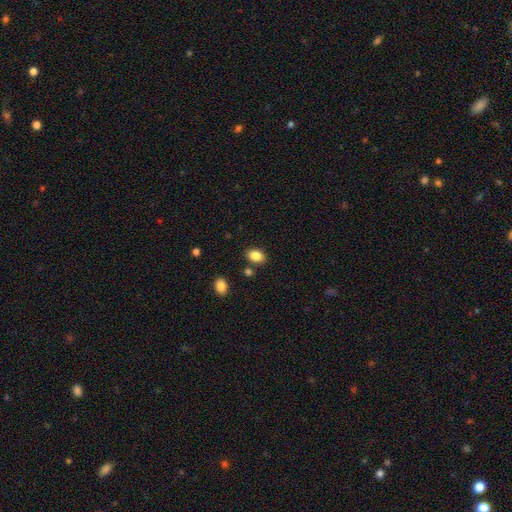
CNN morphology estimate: Smooth or featured?
  - smooth: 86% *
  - star or artifact: 9%
  - featured or disk: 5%
How rounded?
  - in between: 80% *
  - round: 19%
  - cigar-shaped: 1%
Merging?
  - none: 81% *
  - minor disturbance: 11%
  - merger: 6%
  - major disturbance: 3%